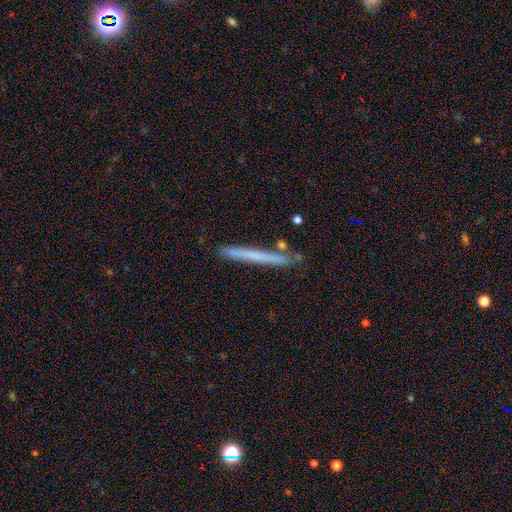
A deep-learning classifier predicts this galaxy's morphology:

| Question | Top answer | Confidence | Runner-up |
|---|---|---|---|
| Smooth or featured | smooth | 55% | featured or disk (37%) |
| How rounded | cigar-shaped | 97% | in between (2%) |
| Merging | none | 86% | minor disturbance (10%) |